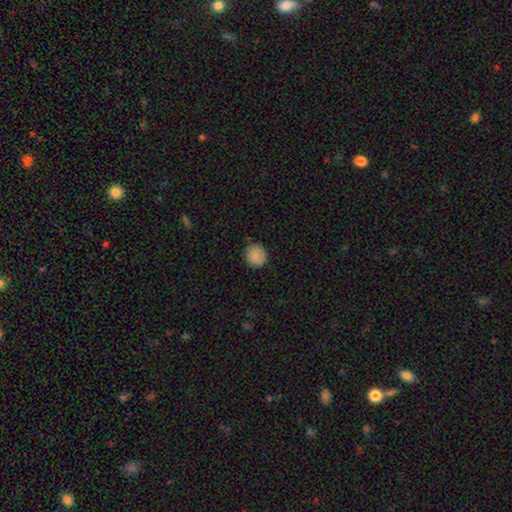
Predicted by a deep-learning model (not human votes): The model was most divided on "merging": none: 81%, minor disturbance: 14%, major disturbance: 3%, merger: 1%. More confident: how rounded — round (89%); smooth or featured — smooth (87%).